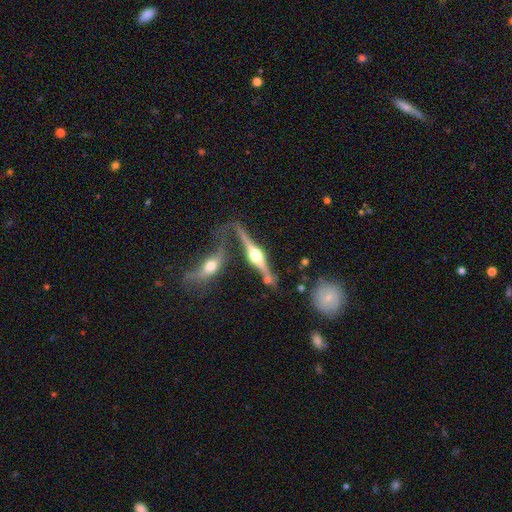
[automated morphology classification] A featured or disk galaxy (86%) viewed edge-on (96%) with a rounded central bulge (95%). Merging: none (62%).